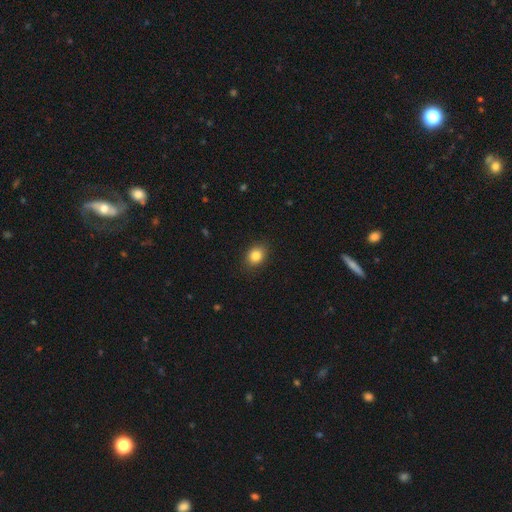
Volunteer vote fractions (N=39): Volunteers were most divided on "how rounded": round: 57%, in between: 43%, cigar-shaped: 0%. More confident: smooth or featured — smooth (90%); merging — none (84%).